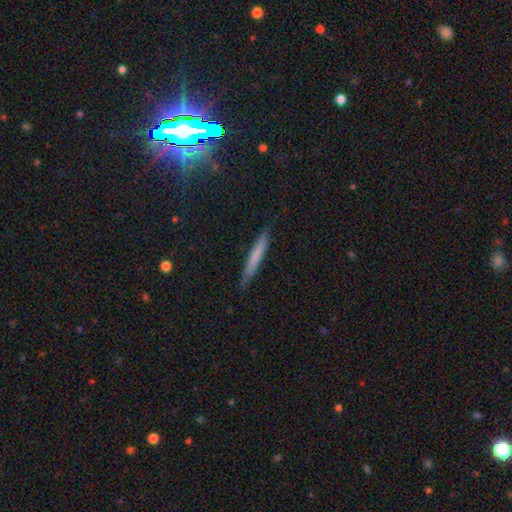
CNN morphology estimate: This is likely a smooth galaxy (67%). How rounded: clearly cigar-shaped (95%). Merging: clearly none (84%).